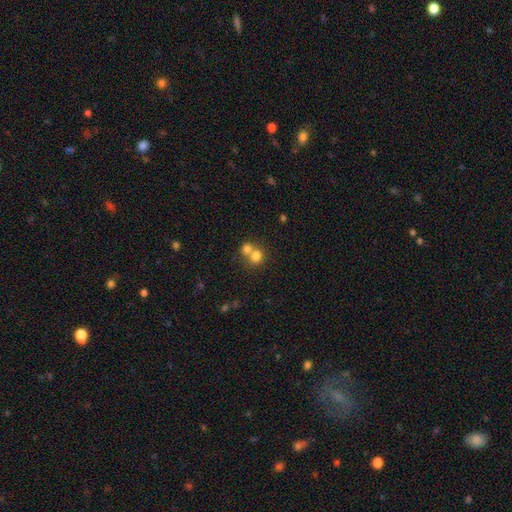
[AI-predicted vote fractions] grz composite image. It shows a smooth galaxy with no disk features (76%) that is round (79%). Merging: merger (56%).